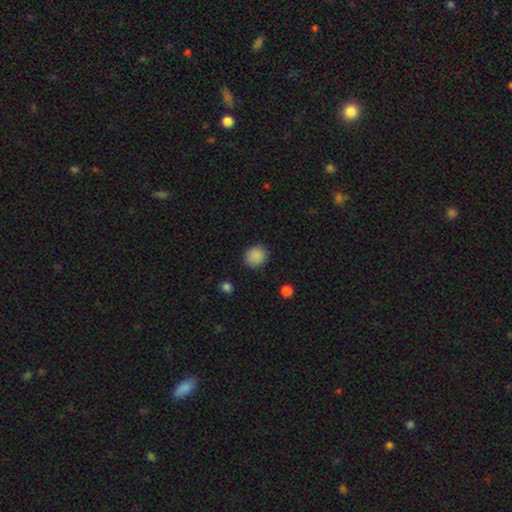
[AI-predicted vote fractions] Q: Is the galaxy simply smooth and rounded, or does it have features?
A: smooth — 88%.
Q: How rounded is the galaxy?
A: round — 84%.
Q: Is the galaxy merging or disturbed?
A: none — 88%.